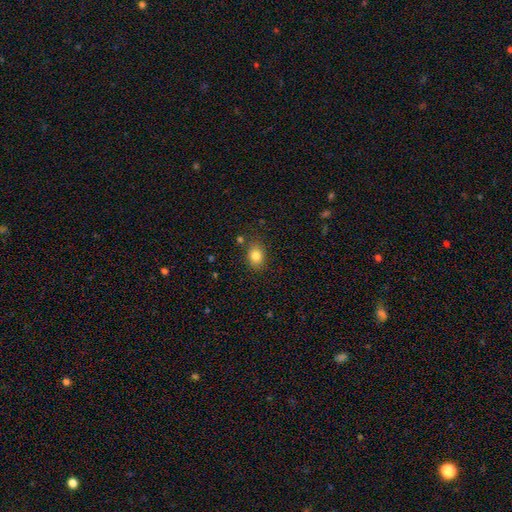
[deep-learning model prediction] A smooth galaxy with no disk features (83%) that is in between round and cigar-shaped (63%). Merging: none (82%).